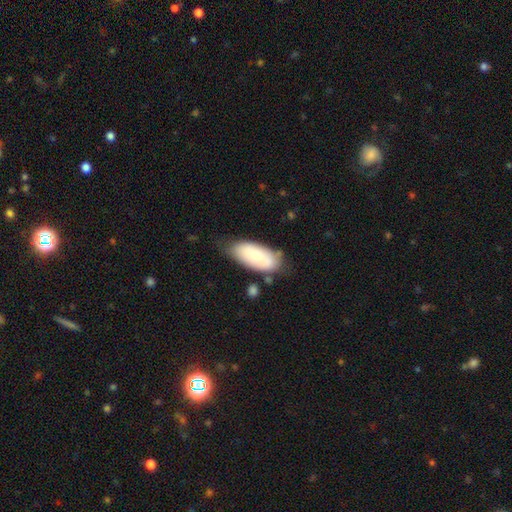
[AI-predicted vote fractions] Morphology: type=smooth (67%); roundness=in between (90%); merging=none (62%).